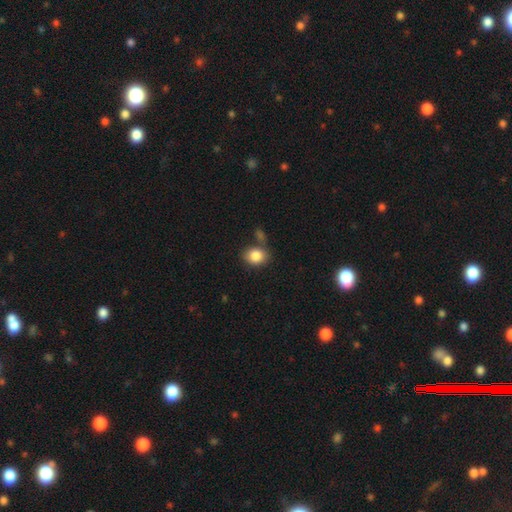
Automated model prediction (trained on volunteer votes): This appears to be a smooth galaxy with no disk features (85%) that is round (50%). Merging: none (63%).